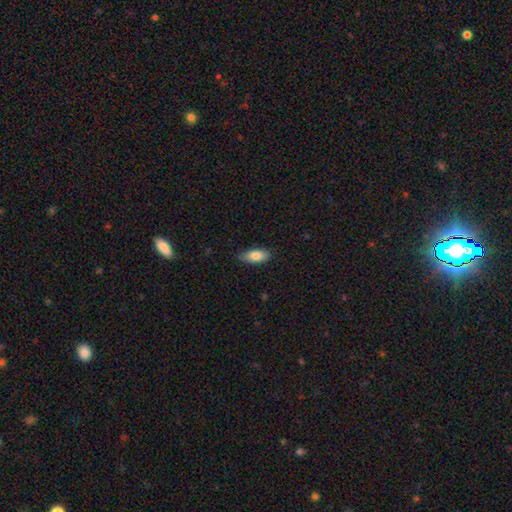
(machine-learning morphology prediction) This appears to be a smooth galaxy with no disk features (82%) that is in between round and cigar-shaped (86%). Merging: none (79%).